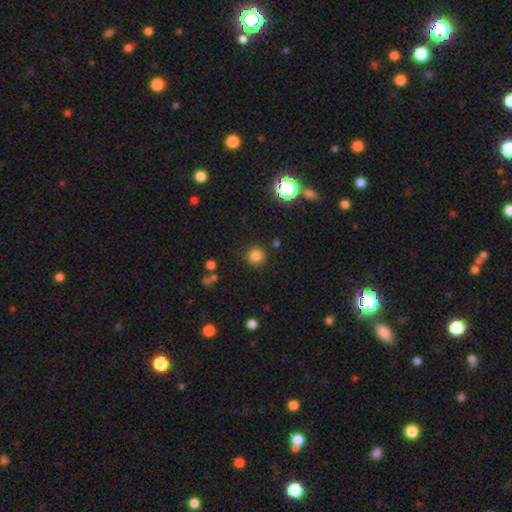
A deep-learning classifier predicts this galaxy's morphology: A smooth galaxy with no disk features (80%) that is round (94%).

Vote fractions:
- Smooth or featured? smooth: 80% / star or artifact: 15% / featured or disk: 5%
- How rounded? round: 94% / in between: 5% / cigar-shaped: 1%
- Merging? none: 88% / minor disturbance: 7% / major disturbance: 3% / merger: 2%